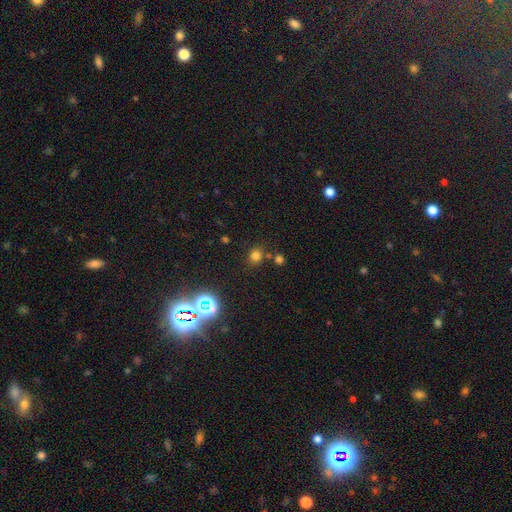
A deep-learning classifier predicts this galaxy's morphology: Smooth or featured: smooth — 69% (star or artifact — 25%)
How rounded: round — 82% (in between — 17%)
Merging: none — 74% (merger — 12%)